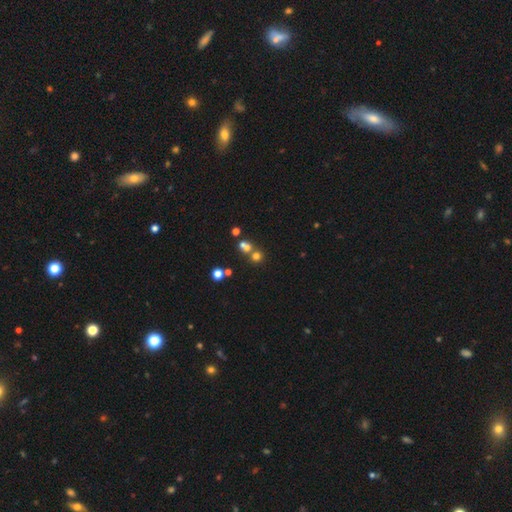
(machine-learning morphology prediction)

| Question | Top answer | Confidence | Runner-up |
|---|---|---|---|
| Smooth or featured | smooth | 63% | star or artifact (26%) |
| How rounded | round | 86% | in between (13%) |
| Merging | none | 54% | merger (37%) |